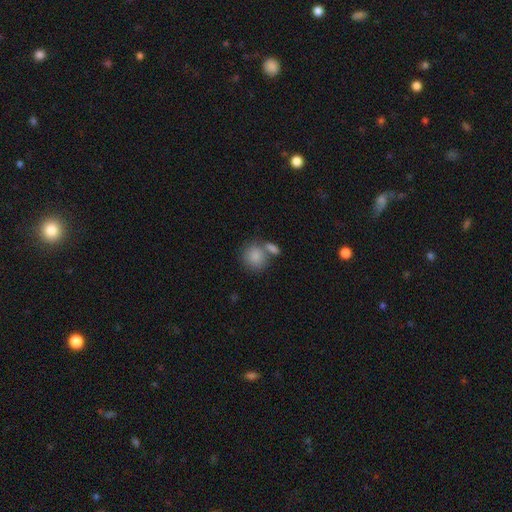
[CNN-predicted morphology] Overall: smooth (86%). How rounded: round (76%). Merging: none (47%; merger 36%).